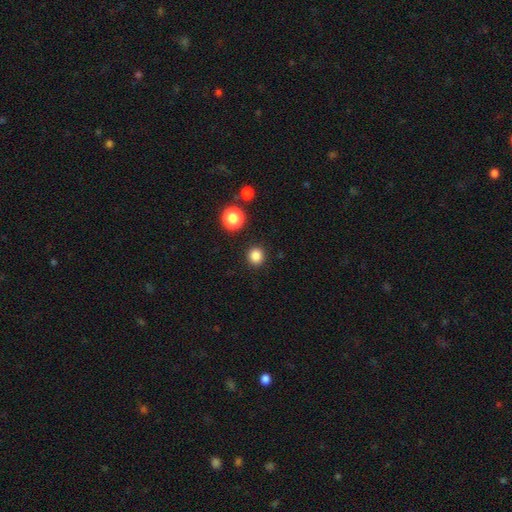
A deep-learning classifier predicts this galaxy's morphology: A smooth galaxy with no disk features (84%) that is round (88%).

Vote fractions:
- Smooth or featured? smooth: 84% / star or artifact: 12% / featured or disk: 3%
- How rounded? round: 88% / in between: 11% / cigar-shaped: 1%
- Merging? none: 91% / minor disturbance: 6% / major disturbance: 2% / merger: 2%